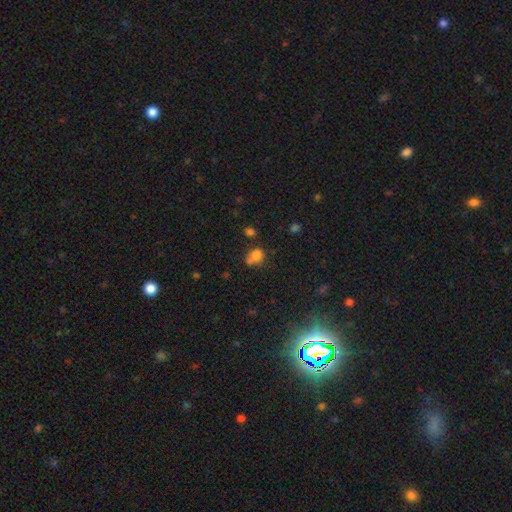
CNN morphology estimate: This is likely a smooth galaxy (76%). How rounded: possibly in between (51%). Merging: marginally none (40%).